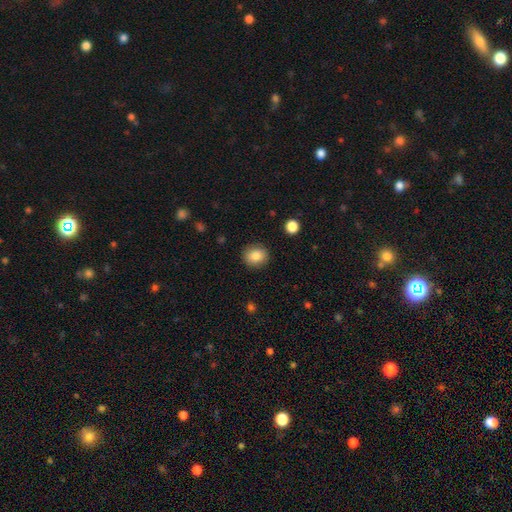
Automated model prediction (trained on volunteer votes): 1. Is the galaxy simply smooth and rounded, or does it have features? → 85% smooth, 9% star or artifact, 6% featured or disk.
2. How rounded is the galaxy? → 79% round, 20% in between, 1% cigar-shaped.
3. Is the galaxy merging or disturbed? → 88% none, 8% minor disturbance, 2% major disturbance, 1% merger.